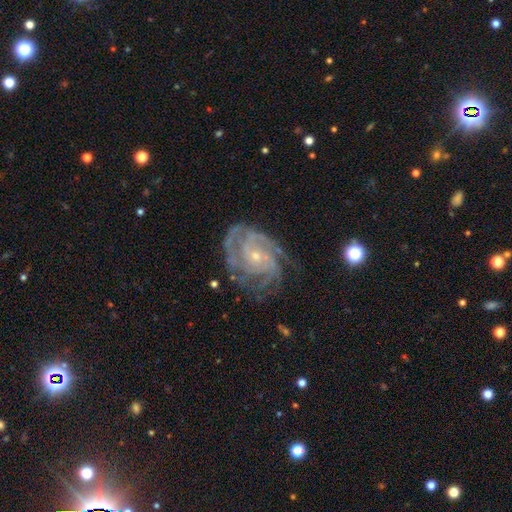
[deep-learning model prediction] smooth-or-featured: featured or disk: 89% | star or artifact: 6% | smooth: 5%
  disk-edge-on: no: 97% | yes: 3%
    bar: no: 70% | weak: 25% | strong: 6%
    has-spiral-arms: yes: 97% | no: 3%
      spiral-winding: tight: 64% | medium: 31% | loose: 5%
      spiral-arm-count: 4: 26% | 3: 24% | can't tell: 22% | 2: 12% | more than 4: 9% | 1: 7%
    bulge-size: small: 76% | moderate: 20% | none: 2% | large: 1% | dominant: 1%
  merging: none: 68% | minor disturbance: 20% | major disturbance: 10% | merger: 2%